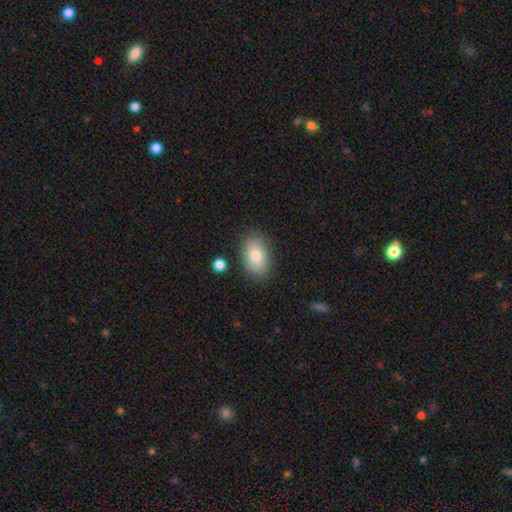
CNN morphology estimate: Smooth or featured? Predicted: smooth (p=0.81). How rounded? Predicted: in between (p=0.88). Merging? Predicted: none (p=0.83).